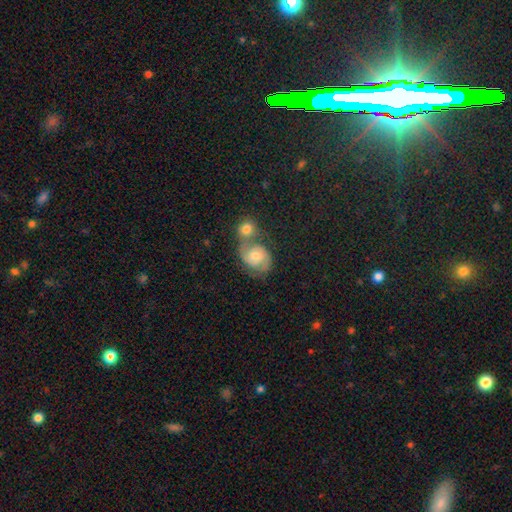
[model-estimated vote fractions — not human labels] Overall: featured or disk (65%; smooth 26%). Edge-on disk: no (98%). Bar: no (56%; weak 37%). Spiral arms: yes (91%). Spiral arm count: 2 (87%). Spiral winding: medium (52%; tight 34%). Bulge size: moderate (57%; small 32%). Merging: merger (48%; none 35%).